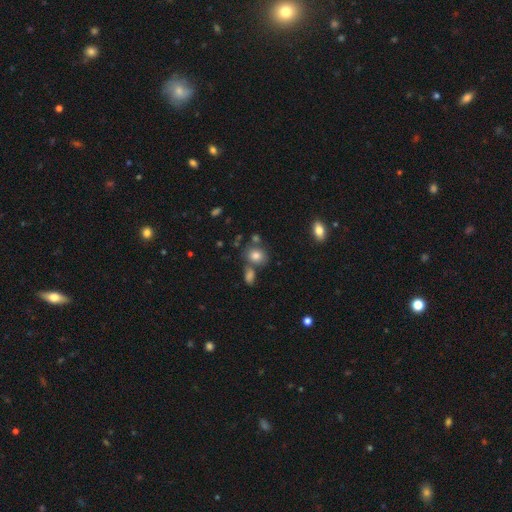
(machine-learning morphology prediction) A smooth galaxy with no disk features (79%) that is round (60%).

Vote fractions:
- Smooth or featured? smooth: 79% / star or artifact: 11% / featured or disk: 10%
- How rounded? round: 60% / in between: 39% / cigar-shaped: 1%
- Merging? none: 62% / merger: 22% / minor disturbance: 12% / major disturbance: 4%